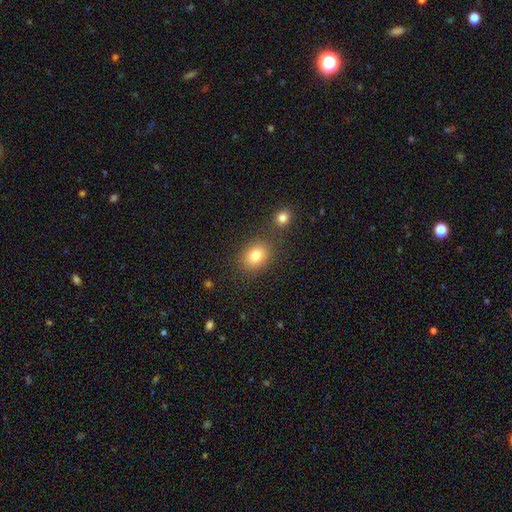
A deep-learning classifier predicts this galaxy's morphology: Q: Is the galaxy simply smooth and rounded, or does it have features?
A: smooth — 81%.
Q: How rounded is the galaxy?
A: round — 51%.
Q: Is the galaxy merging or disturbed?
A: none — 75%.